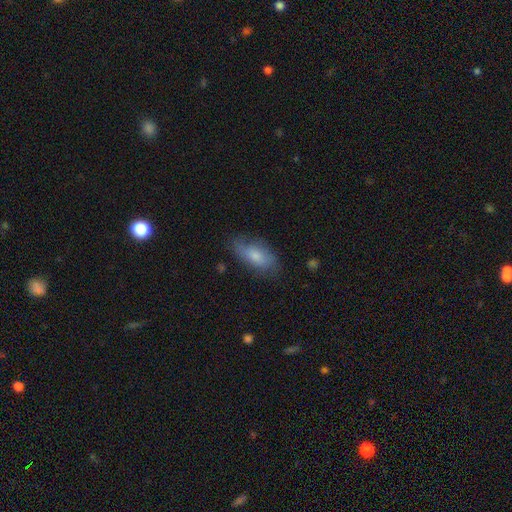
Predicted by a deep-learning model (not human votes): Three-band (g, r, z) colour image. It shows a smooth galaxy with no disk features (72%) that is in between round and cigar-shaped (84%). Merging: none (70%).